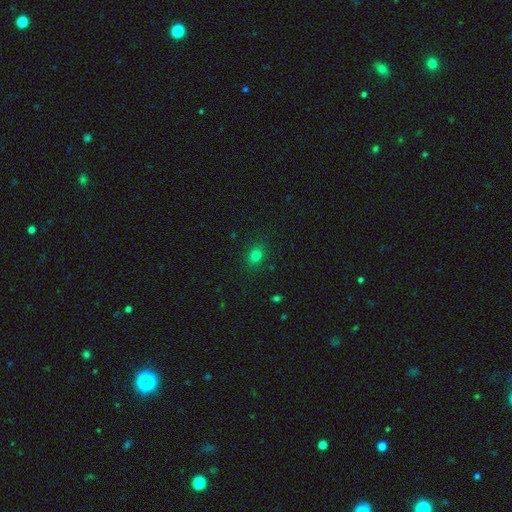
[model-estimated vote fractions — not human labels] Smooth or featured?
  - smooth: 77% *
  - star or artifact: 16%
  - featured or disk: 6%
How rounded?
  - round: 57% *
  - in between: 42%
  - cigar-shaped: 1%
Merging?
  - none: 88% *
  - minor disturbance: 8%
  - major disturbance: 2%
  - merger: 1%